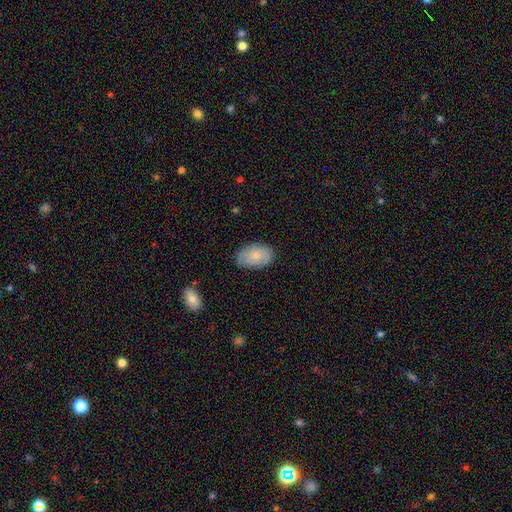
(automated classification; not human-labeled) This appears to be a smooth galaxy with no disk features (80%) that is in between round and cigar-shaped (90%). Merging: none (80%).